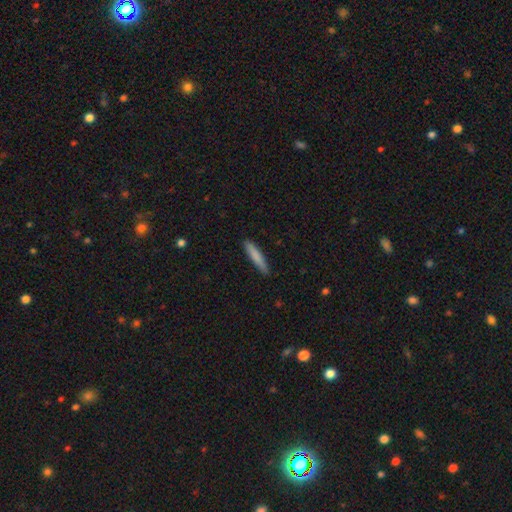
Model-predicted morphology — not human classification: Q: Smooth or featured?
A: smooth (82%); runner-up: featured or disk (12%)
Q: How rounded?
A: cigar-shaped (91%); runner-up: in between (8%)
Q: Merging?
A: none (89%); runner-up: minor disturbance (9%)